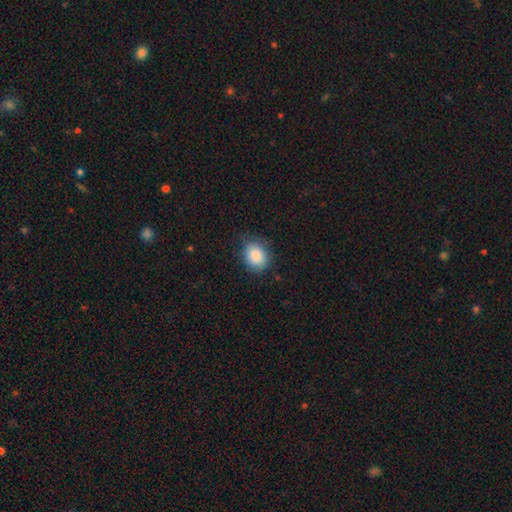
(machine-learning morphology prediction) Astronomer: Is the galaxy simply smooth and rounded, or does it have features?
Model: smooth — 87%.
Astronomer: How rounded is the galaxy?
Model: round — 57% (runner-up: in between, 42%).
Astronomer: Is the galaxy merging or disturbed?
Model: none — 73%.